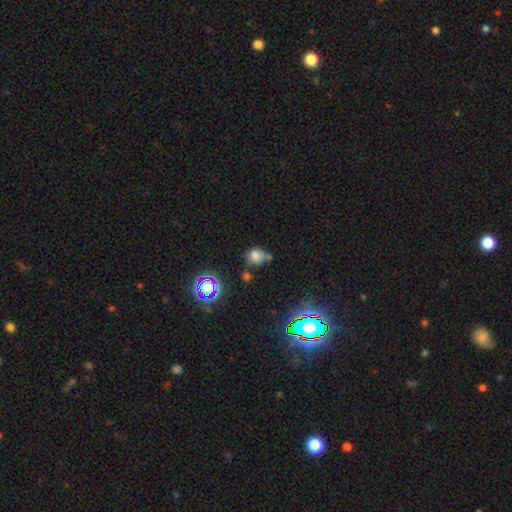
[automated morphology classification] This appears to be a smooth galaxy with no disk features (68%) that is round (62%). Merging: none (39%).